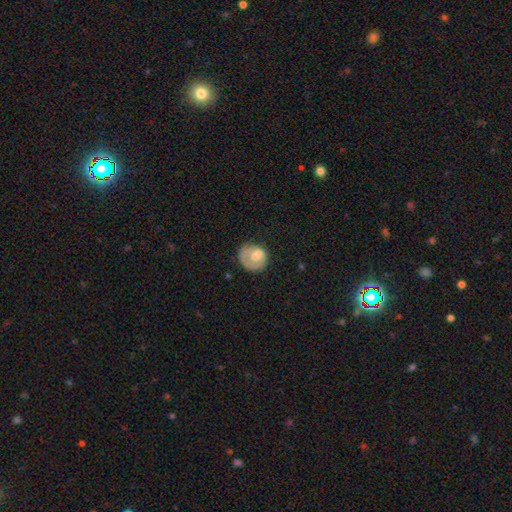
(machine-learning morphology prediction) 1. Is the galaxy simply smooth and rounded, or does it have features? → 62% smooth, 30% featured or disk, 8% star or artifact.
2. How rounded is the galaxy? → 70% round, 29% in between, 1% cigar-shaped.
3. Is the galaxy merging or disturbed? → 46% none, 24% minor disturbance, 18% major disturbance, 11% merger.